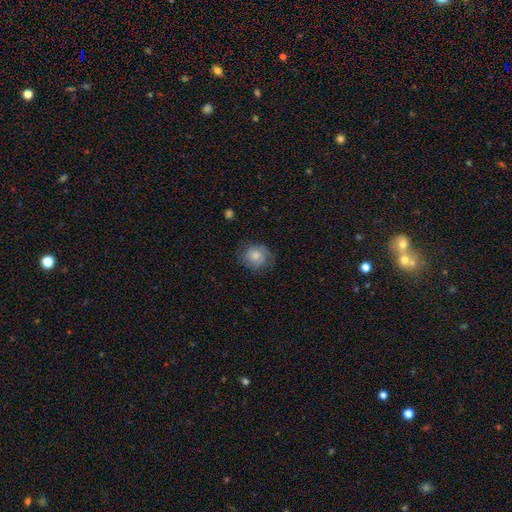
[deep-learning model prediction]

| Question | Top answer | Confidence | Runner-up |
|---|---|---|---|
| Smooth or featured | smooth | 75% | featured or disk (18%) |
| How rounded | round | 76% | in between (23%) |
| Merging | none | 73% | minor disturbance (20%) |